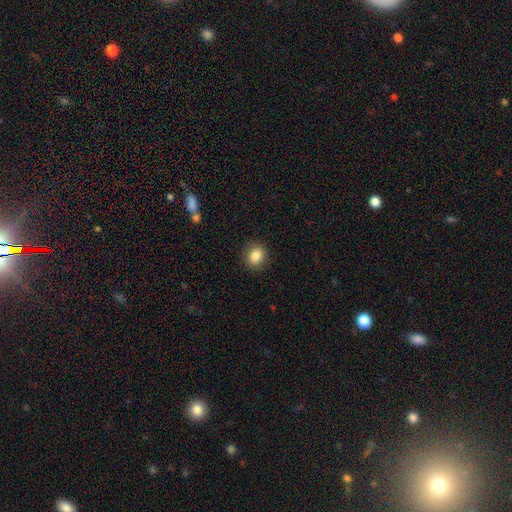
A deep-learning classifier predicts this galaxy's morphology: Smooth or featured? Predicted: smooth (p=0.84). How rounded? Predicted: round (p=0.79). Merging? Predicted: none (p=0.88).